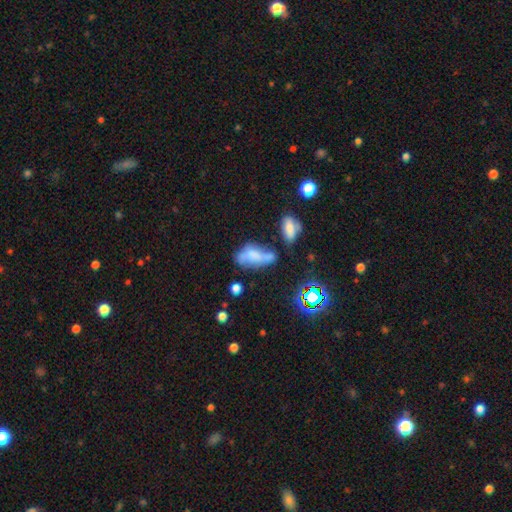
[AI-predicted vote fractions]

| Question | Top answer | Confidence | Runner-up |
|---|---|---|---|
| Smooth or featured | smooth | 55% | featured or disk (31%) |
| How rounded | in between | 82% | cigar-shaped (12%) |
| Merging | merger | 29% | none (28%) |